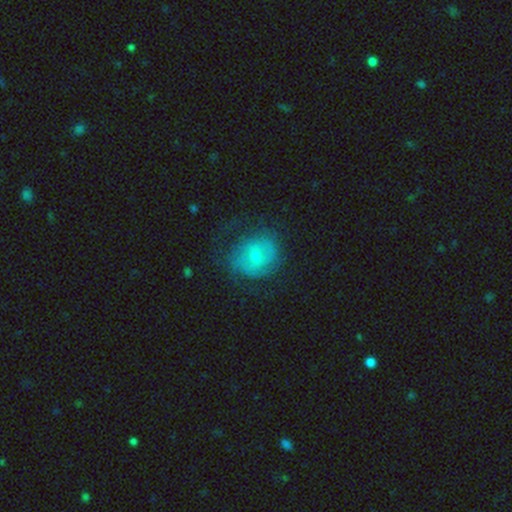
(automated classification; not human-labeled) This is possibly a featured or disk galaxy (51%). It is clearly not viewed edge-on (97%). Merging: possibly none (59%).